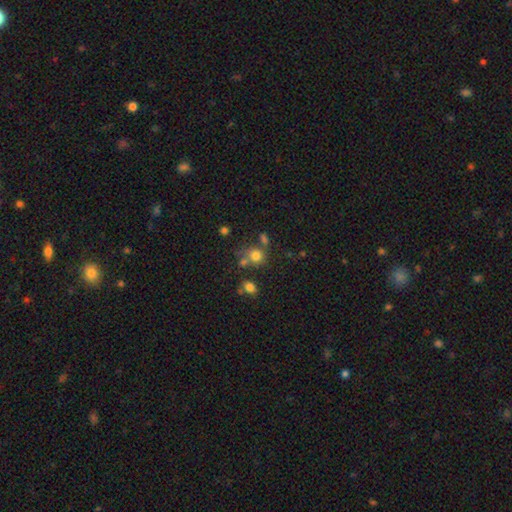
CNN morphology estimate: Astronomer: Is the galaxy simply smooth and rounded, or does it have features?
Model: smooth — 75%.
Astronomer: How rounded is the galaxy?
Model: round — 76%.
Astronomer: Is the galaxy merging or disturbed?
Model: none — 55%.